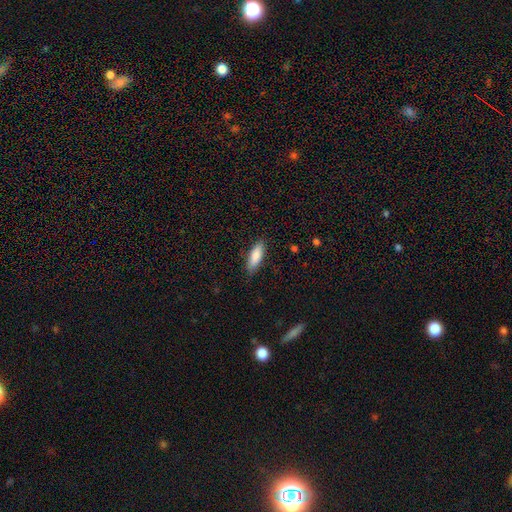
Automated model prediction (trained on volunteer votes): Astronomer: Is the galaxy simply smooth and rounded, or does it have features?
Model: smooth — 84%.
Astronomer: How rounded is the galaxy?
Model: in between — 53% (runner-up: cigar-shaped, 46%).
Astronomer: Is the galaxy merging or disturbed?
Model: none — 86%.